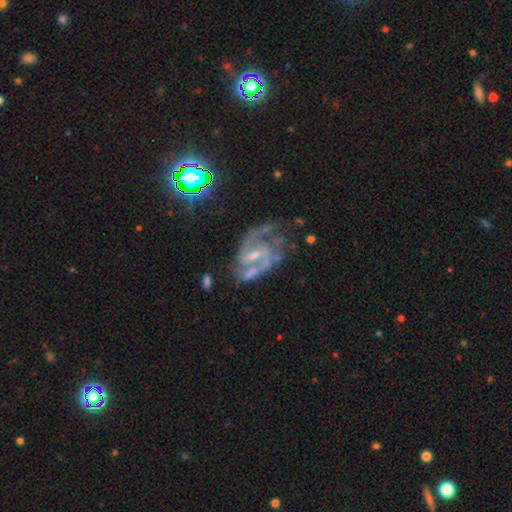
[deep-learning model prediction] Smooth or featured?
  - featured or disk: 85% *
  - star or artifact: 8%
  - smooth: 6%
Edge-on disk?
  - no: 98% *
  - yes: 2%
Bar?
  - weak: 55% *
  - no: 23%
  - strong: 22%
Spiral arms?
  - yes: 94% *
  - no: 6%
Spiral winding?
  - medium: 56% *
  - loose: 24%
  - tight: 20%
Spiral arm count?
  - 2: 78% *
  - can't tell: 9%
  - 3: 6%
  - 1: 4%
  - 4: 2%
  - more than 4: 2%
Bulge size?
  - small: 52% *
  - moderate: 29%
  - none: 17%
  - large: 2%
  - dominant: 1%
Merging?
  - none: 47% *
  - major disturbance: 23%
  - minor disturbance: 23%
  - merger: 8%